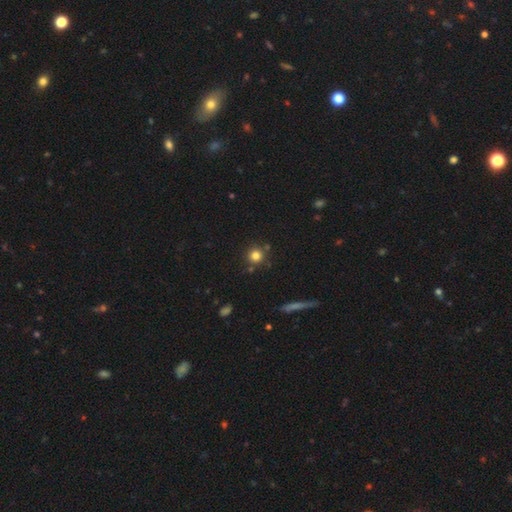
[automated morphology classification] Overall: smooth (79%). How rounded: round (93%). Merging: none (81%).